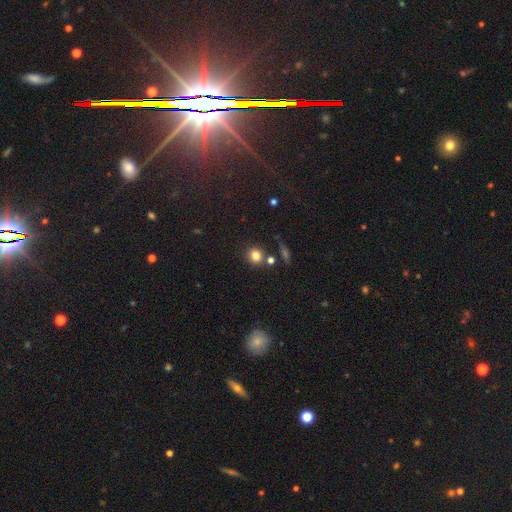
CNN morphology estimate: A smooth galaxy with no disk features (80%) that is round (87%). Merging: none (78%).